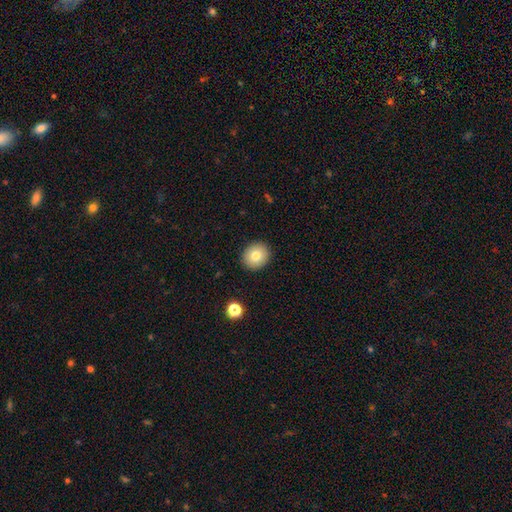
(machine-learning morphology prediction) This appears to be a smooth galaxy with no disk features (79%) that is round (82%). Merging: none (91%).